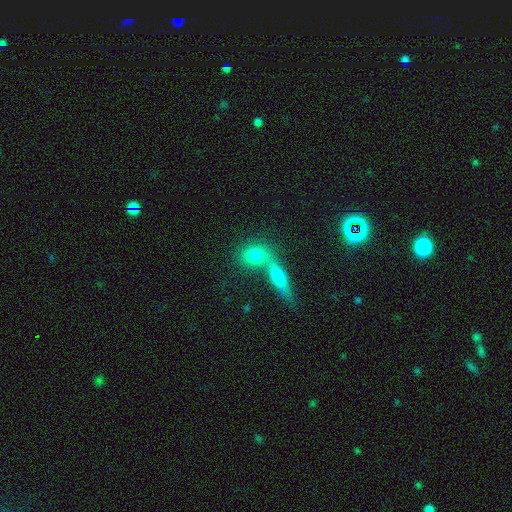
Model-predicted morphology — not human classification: smooth 71%, featured or disk 18%, star or artifact 11%. Down the decision tree: how rounded — round (57%); merging — merger (44%, tied with none).